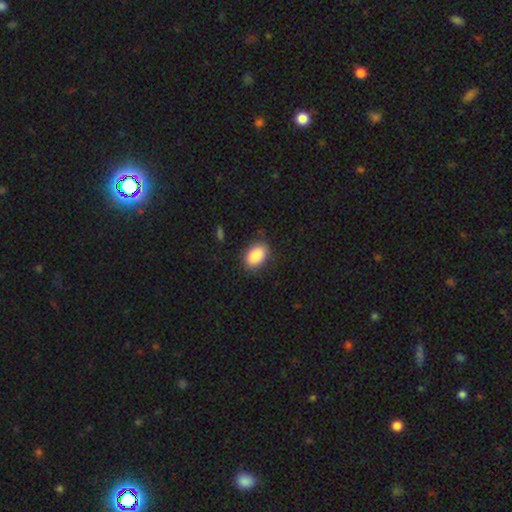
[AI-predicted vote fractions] Smooth or featured: smooth — 89% (star or artifact — 7%)
How rounded: in between — 87% (round — 11%)
Merging: none — 83% (minor disturbance — 13%)